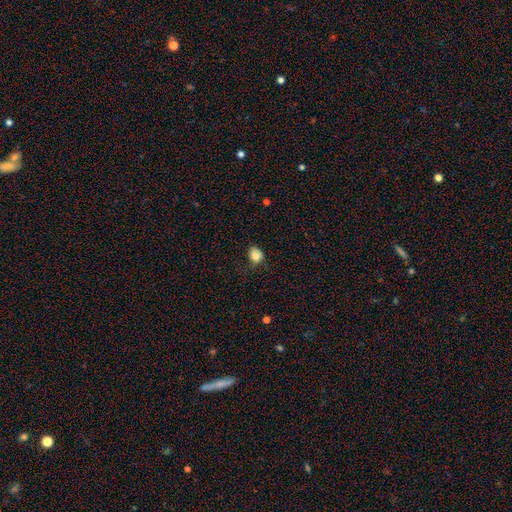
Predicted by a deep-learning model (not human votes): Morphology: type=smooth (82%); roundness=round (57%); merging=none (54%).